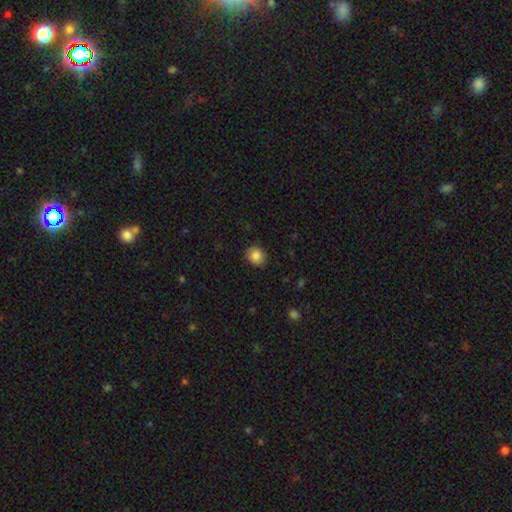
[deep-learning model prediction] Q: Smooth or featured?
A: smooth (86%); runner-up: star or artifact (9%)
Q: How rounded?
A: round (66%); runner-up: in between (33%)
Q: Merging?
A: none (88%); runner-up: minor disturbance (9%)